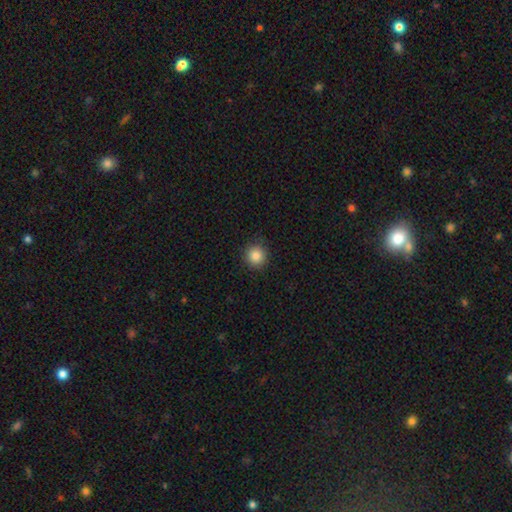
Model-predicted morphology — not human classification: The model was most divided on "smooth or featured": smooth: 86%, star or artifact: 10%, featured or disk: 4%. More confident: how rounded — round (93%); merging — none (90%).